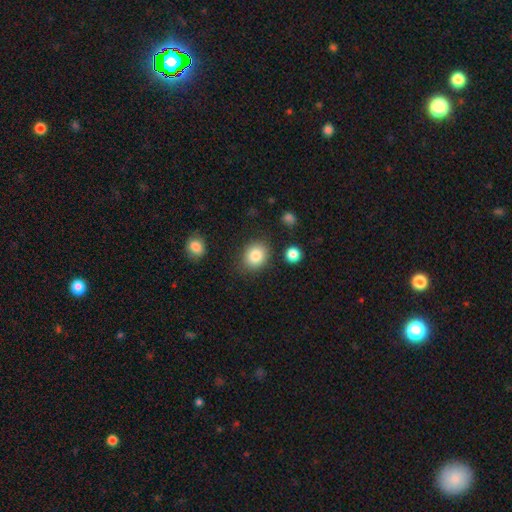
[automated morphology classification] A smooth galaxy with no disk features (85%) that is round (63%).

Vote fractions:
- Smooth or featured? smooth: 85% / star or artifact: 9% / featured or disk: 7%
- How rounded? round: 63% / in between: 36% / cigar-shaped: 1%
- Merging? none: 81% / minor disturbance: 12% / merger: 4% / major disturbance: 4%